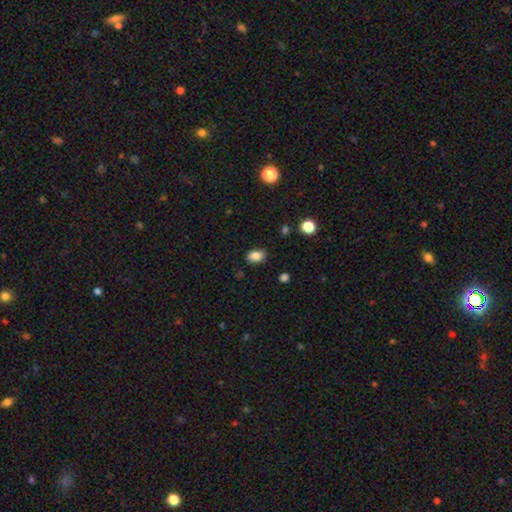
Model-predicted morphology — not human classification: The model was most divided on "how rounded": in between: 81%, round: 18%, cigar-shaped: 1%. More confident: smooth or featured — smooth (84%); merging — none (84%).